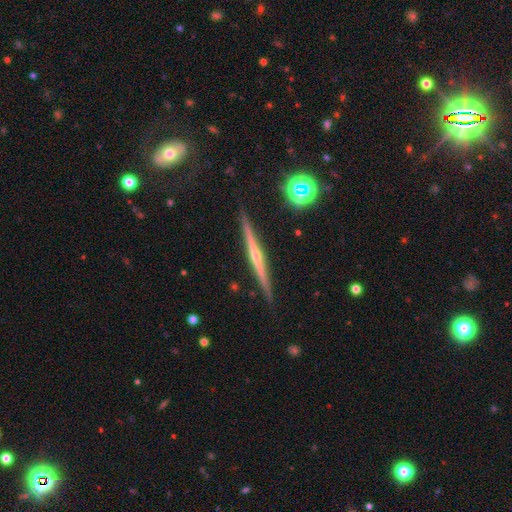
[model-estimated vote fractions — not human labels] Q: Smooth or featured?
A: featured or disk (80%); runner-up: smooth (12%)
Q: Edge-on disk?
A: yes (98%); runner-up: no (2%)
Q: Edge-on bulge?
A: rounded (73%); runner-up: none (23%)
Q: Merging?
A: none (90%); runner-up: minor disturbance (7%)